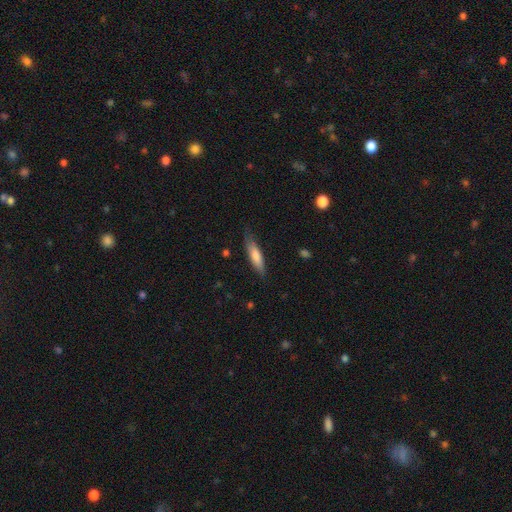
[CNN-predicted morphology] Smooth or featured: smooth — 73% (featured or disk — 21%)
How rounded: cigar-shaped — 70% (in between — 28%)
Merging: none — 73% (minor disturbance — 21%)